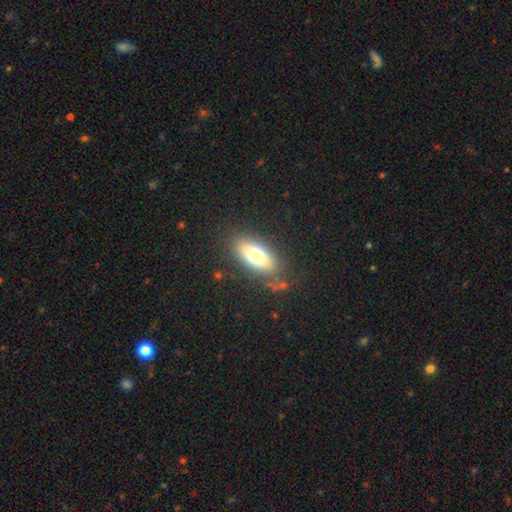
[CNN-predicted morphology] smooth_or_featured: smooth (p=0.70) [alt: featured or disk p=0.21]
how_rounded: in between (p=0.82) [alt: cigar-shaped p=0.13]
merging: none (p=0.81) [alt: minor disturbance p=0.13]